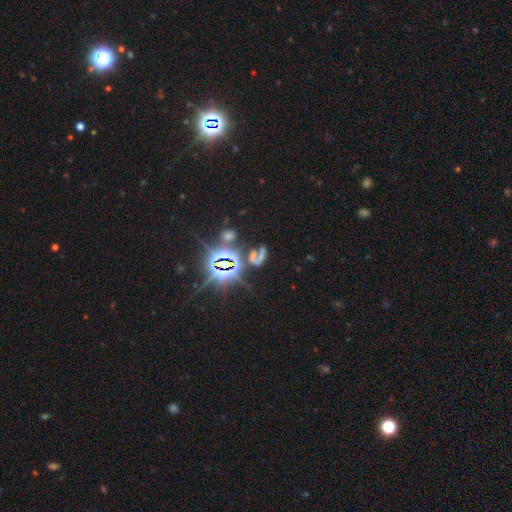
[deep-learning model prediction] Overall: star or artifact (46%; featured or disk 33%).